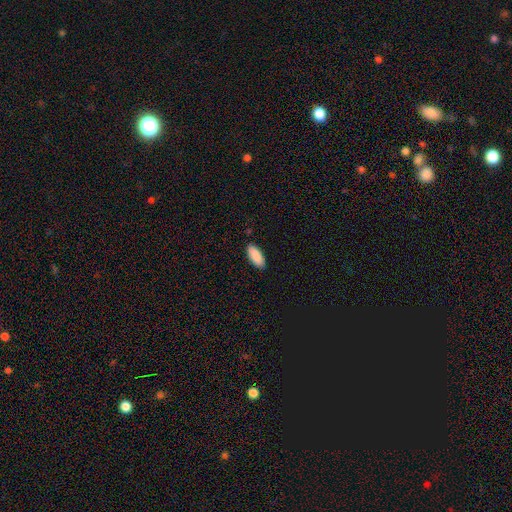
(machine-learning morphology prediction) Overall: smooth (90%). How rounded: in between (83%). Merging: none (88%).